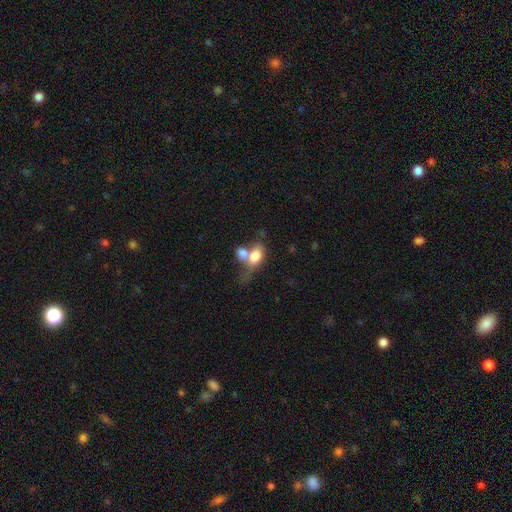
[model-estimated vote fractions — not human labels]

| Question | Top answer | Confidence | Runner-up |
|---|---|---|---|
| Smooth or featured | smooth | 73% | featured or disk (18%) |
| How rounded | in between | 75% | round (22%) |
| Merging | merger | 62% | none (18%) |